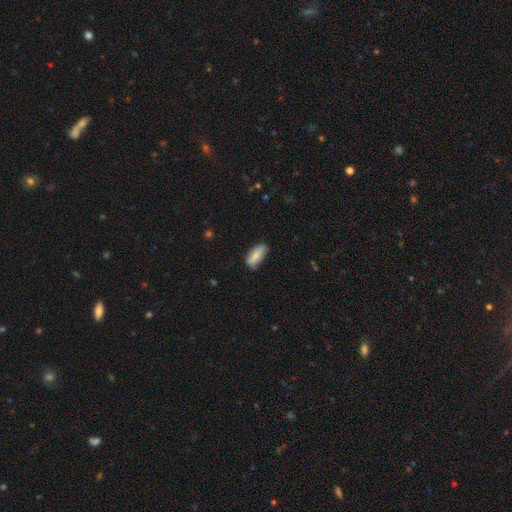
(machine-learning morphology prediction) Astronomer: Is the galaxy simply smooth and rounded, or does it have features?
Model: smooth — 80%.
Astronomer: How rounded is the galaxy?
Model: in between — 78%.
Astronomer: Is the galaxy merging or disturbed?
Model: none — 77%.